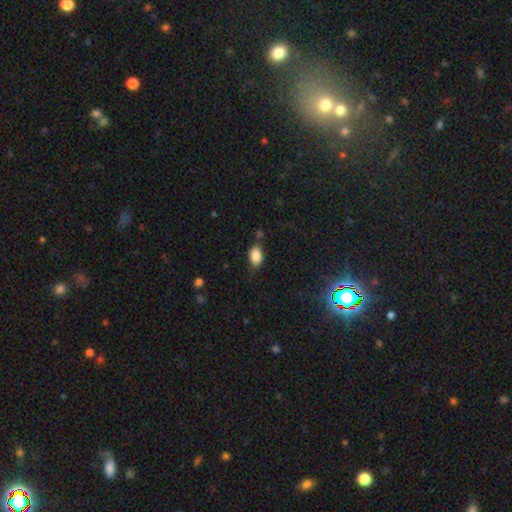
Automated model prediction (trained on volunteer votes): The model was most divided on "merging": none: 71%, minor disturbance: 19%, merger: 5%, major disturbance: 5%. More confident: how rounded — in between (87%); smooth or featured — smooth (86%).